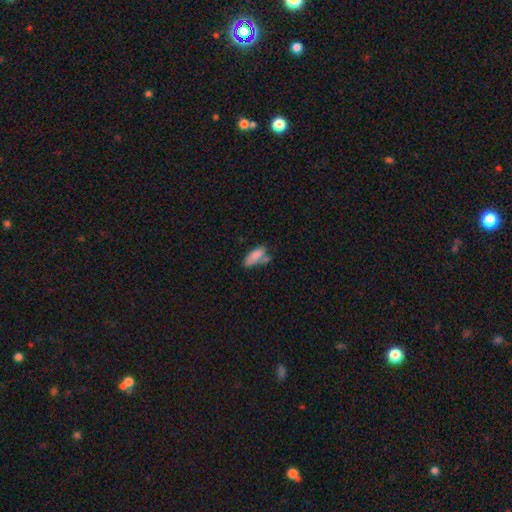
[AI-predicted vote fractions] Smooth or featured?
  - smooth: 77% *
  - featured or disk: 14%
  - star or artifact: 9%
How rounded?
  - in between: 80% *
  - cigar-shaped: 17%
  - round: 3%
Merging?
  - none: 37% *
  - merger: 25%
  - minor disturbance: 25%
  - major disturbance: 13%